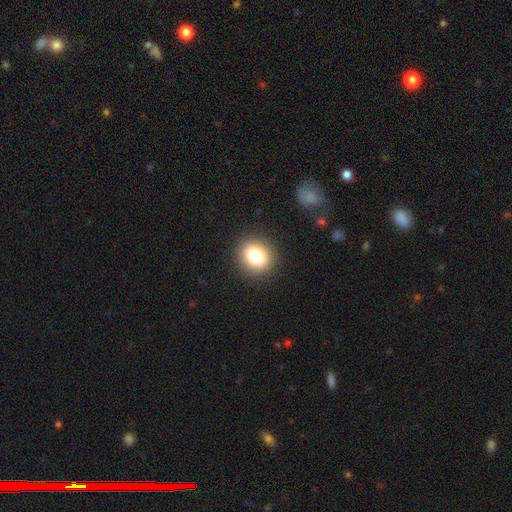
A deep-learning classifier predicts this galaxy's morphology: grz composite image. It shows a smooth galaxy with no disk features (82%) that is round (69%). Merging: none (89%).